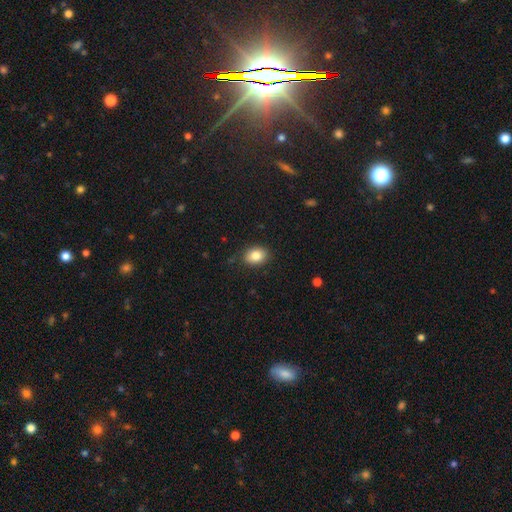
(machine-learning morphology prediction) This is clearly a smooth galaxy (84%). How rounded: likely in between (69%). Merging: clearly none (85%).